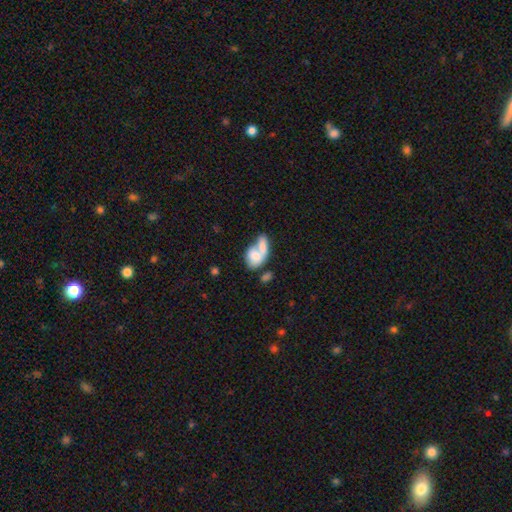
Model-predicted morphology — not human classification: This is likely a smooth galaxy (73%). How rounded: likely in between (77%). Merging: likely merger (68%).